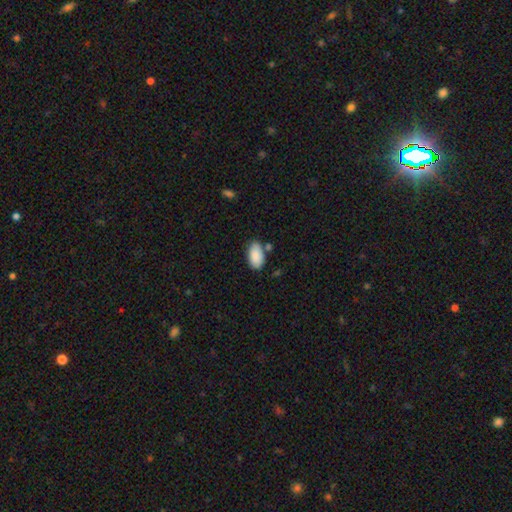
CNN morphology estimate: Q: Smooth or featured?
A: smooth (89%); runner-up: star or artifact (6%)
Q: How rounded?
A: in between (95%); runner-up: round (3%)
Q: Merging?
A: none (72%); runner-up: minor disturbance (16%)